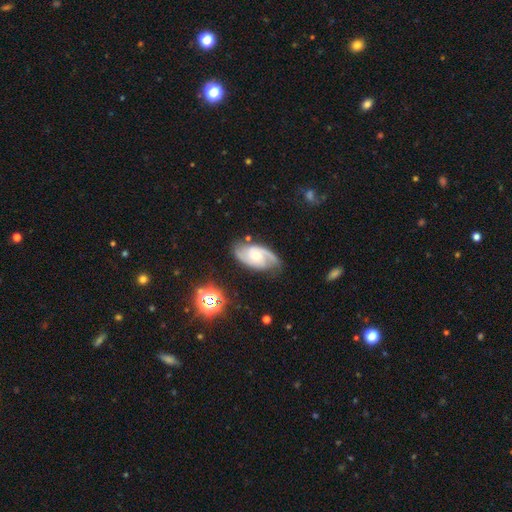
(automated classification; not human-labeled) Smooth or featured?
  - featured or disk: 83% *
  - smooth: 11%
  - star or artifact: 6%
Edge-on disk?
  - no: 95% *
  - yes: 5%
Bar?
  - no: 58% *
  - weak: 35%
  - strong: 7%
Spiral arms?
  - yes: 96% *
  - no: 4%
Spiral winding?
  - medium: 49% *
  - tight: 33%
  - loose: 18%
Spiral arm count?
  - 2: 82% *
  - can't tell: 7%
  - 3: 5%
  - 1: 3%
  - 4: 1%
  - more than 4: 1%
Bulge size?
  - moderate: 55% *
  - small: 38%
  - large: 4%
  - none: 2%
  - dominant: 1%
Merging?
  - none: 75% *
  - minor disturbance: 18%
  - major disturbance: 5%
  - merger: 2%